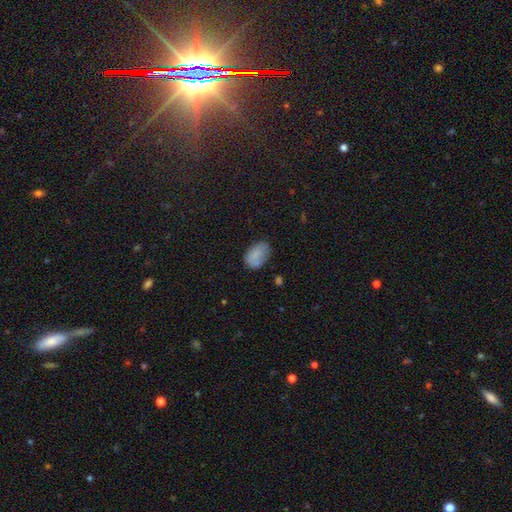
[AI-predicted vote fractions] Q: Smooth or featured?
A: smooth (83%); runner-up: featured or disk (9%)
Q: How rounded?
A: in between (88%); runner-up: round (11%)
Q: Merging?
A: none (70%); runner-up: minor disturbance (22%)